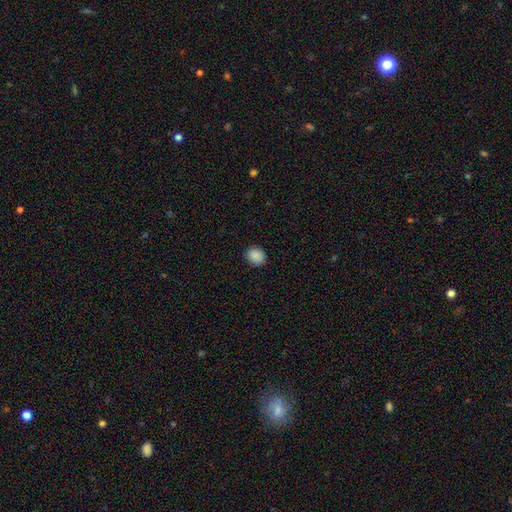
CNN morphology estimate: smooth 88%, star or artifact 9%, featured or disk 3%. Down the decision tree: how rounded — round (59%); merging — none (87%).